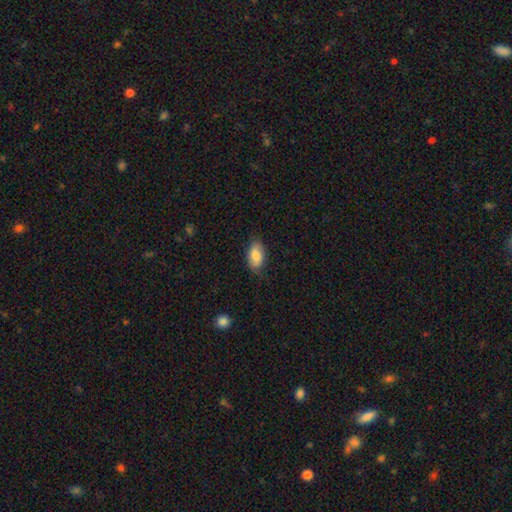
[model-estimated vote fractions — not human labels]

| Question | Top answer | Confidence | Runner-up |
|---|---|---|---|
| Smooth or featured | smooth | 81% | featured or disk (12%) |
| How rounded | in between | 93% | round (5%) |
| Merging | none | 75% | minor disturbance (20%) |